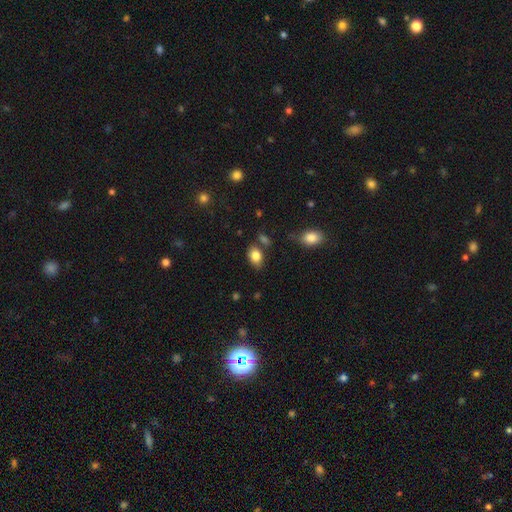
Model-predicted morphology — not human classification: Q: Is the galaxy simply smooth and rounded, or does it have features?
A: smooth — 83%.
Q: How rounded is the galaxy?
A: in between — 80%.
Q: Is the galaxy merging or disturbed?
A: none — 72%.